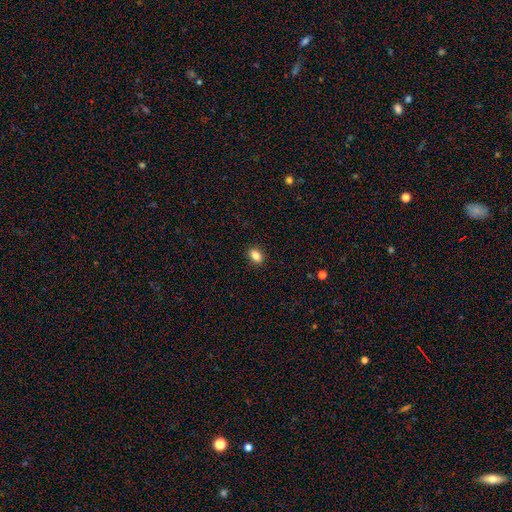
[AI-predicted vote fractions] Q: Smooth or featured?
A: smooth (86%); runner-up: star or artifact (9%)
Q: How rounded?
A: in between (77%); runner-up: round (22%)
Q: Merging?
A: none (90%); runner-up: minor disturbance (7%)